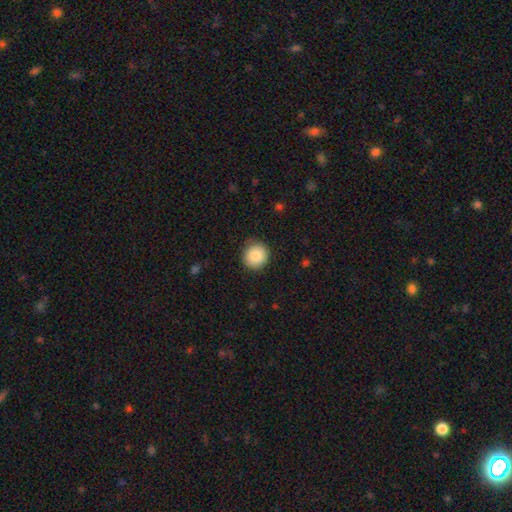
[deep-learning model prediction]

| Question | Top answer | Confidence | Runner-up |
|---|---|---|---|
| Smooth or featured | smooth | 87% | star or artifact (8%) |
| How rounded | round | 90% | in between (9%) |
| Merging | none | 85% | minor disturbance (11%) |